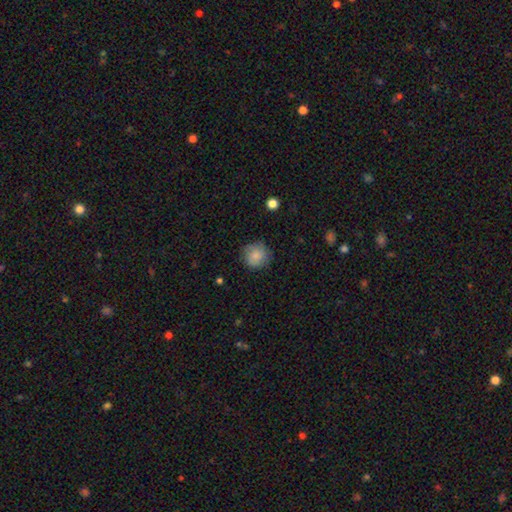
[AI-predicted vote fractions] A smooth galaxy with no disk features (81%) that is round (91%). Merging: none (81%).